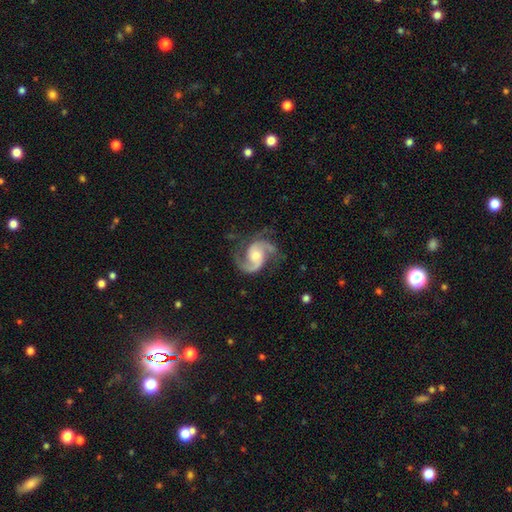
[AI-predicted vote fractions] Smooth or featured?
  - featured or disk: 92% *
  - star or artifact: 5%
  - smooth: 4%
Edge-on disk?
  - no: 98% *
  - yes: 2%
Bar?
  - no: 59% *
  - weak: 33%
  - strong: 8%
Spiral arms?
  - yes: 98% *
  - no: 2%
Spiral winding?
  - medium: 58% *
  - loose: 24%
  - tight: 18%
Spiral arm count?
  - 2: 87% *
  - 3: 5%
  - 1: 3%
  - can't tell: 3%
  - 4: 1%
  - more than 4: 1%
Bulge size?
  - moderate: 55% *
  - small: 33%
  - large: 7%
  - none: 3%
  - dominant: 1%
Merging?
  - none: 70% *
  - minor disturbance: 17%
  - major disturbance: 11%
  - merger: 2%